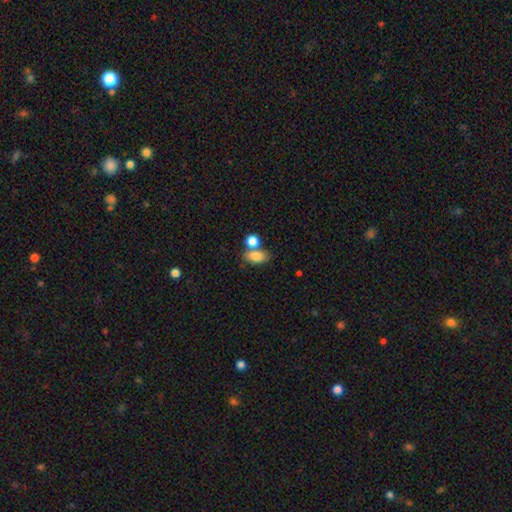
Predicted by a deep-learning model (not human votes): Q: Smooth or featured?
A: smooth (81%); runner-up: featured or disk (10%)
Q: How rounded?
A: in between (84%); runner-up: round (13%)
Q: Merging?
A: none (47%); runner-up: merger (36%)